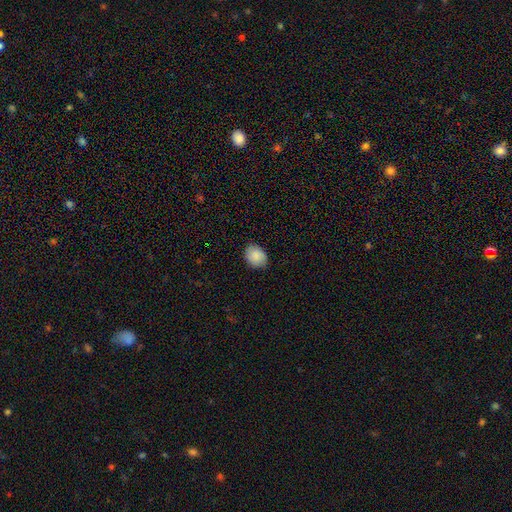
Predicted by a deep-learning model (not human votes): smooth_or_featured: smooth (p=0.87) [alt: star or artifact p=0.07]
how_rounded: round (p=0.50) [alt: in between p=0.49]
merging: none (p=0.82) [alt: minor disturbance p=0.14]